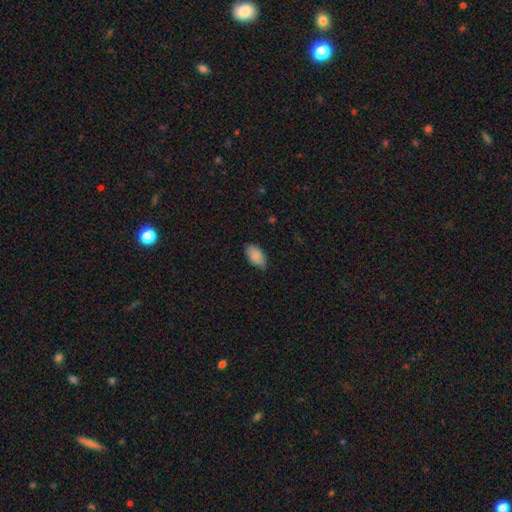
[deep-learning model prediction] A smooth galaxy with no disk features (87%) that is in between round and cigar-shaped (94%). Merging: none (76%).